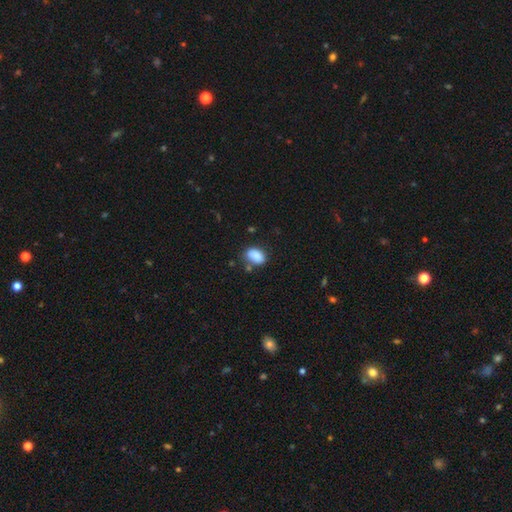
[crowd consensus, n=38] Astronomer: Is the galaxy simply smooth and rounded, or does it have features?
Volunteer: smooth — 82%.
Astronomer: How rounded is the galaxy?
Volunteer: in between — 90%.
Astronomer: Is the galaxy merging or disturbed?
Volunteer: none — 60%.